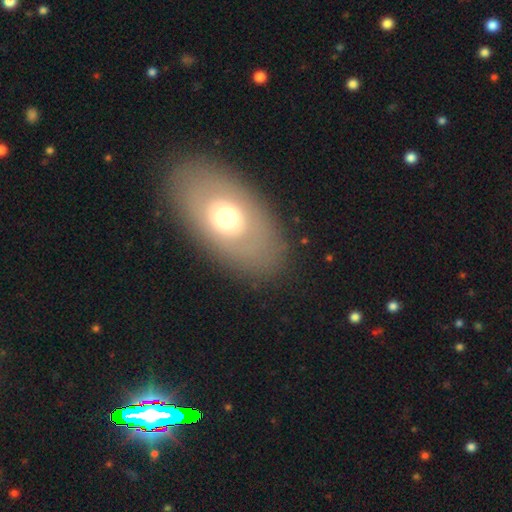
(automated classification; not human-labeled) Smooth or featured: smooth — 54% (featured or disk — 37%)
How rounded: in between — 87% (round — 11%)
Merging: none — 86% (minor disturbance — 9%)